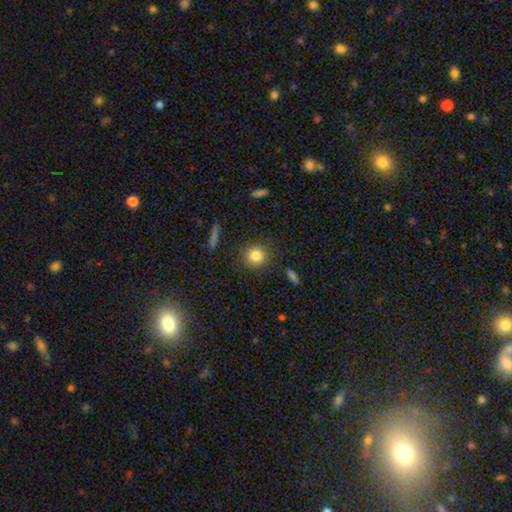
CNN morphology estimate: Smooth or featured? smooth (82%)
How rounded? round (89%)
Merging? none (86%)